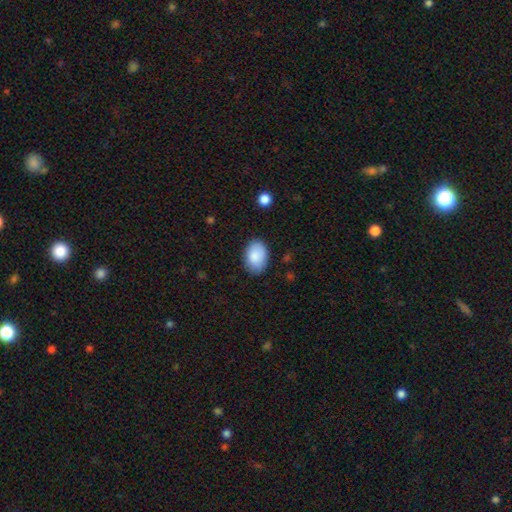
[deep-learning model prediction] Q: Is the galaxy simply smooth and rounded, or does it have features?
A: smooth — 88%.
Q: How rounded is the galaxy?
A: in between — 87%.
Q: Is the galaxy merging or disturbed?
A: none — 80%.